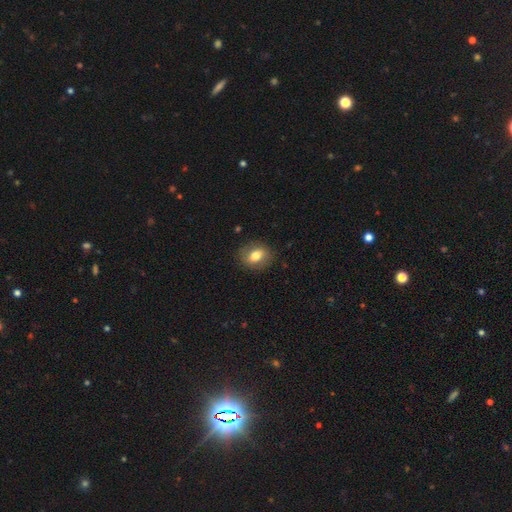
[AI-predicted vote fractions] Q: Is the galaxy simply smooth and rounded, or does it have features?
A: smooth — 72%.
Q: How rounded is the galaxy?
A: in between — 51%.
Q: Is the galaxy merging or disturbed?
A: none — 84%.